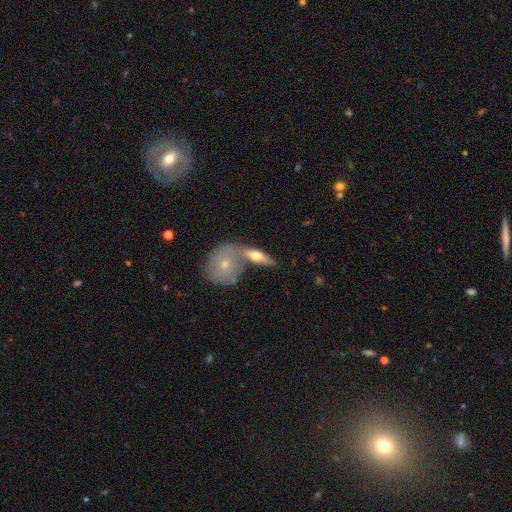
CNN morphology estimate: Smooth or featured? Predicted: smooth (p=0.55). How rounded? Predicted: in between (p=0.54). Merging? Predicted: none (p=0.44).